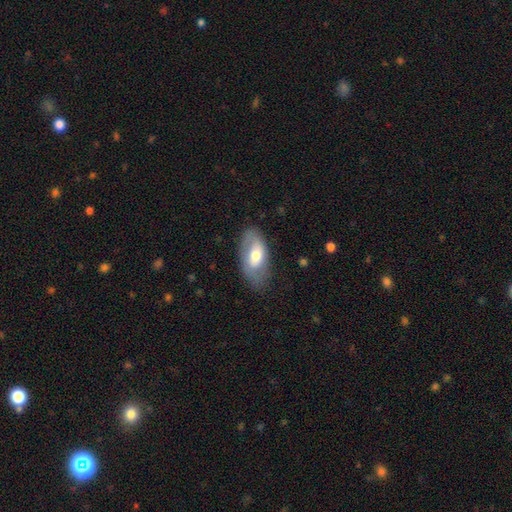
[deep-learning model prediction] A smooth galaxy with no disk features (57%) that is in between round and cigar-shaped (92%). Merging: none (72%).